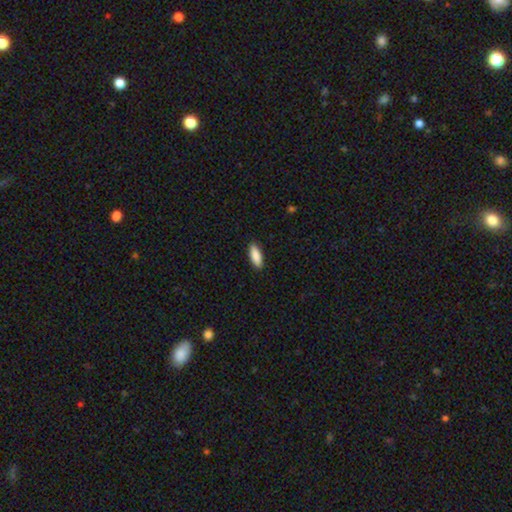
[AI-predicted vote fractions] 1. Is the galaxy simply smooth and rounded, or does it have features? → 89% smooth, 6% star or artifact, 6% featured or disk.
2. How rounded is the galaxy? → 70% in between, 29% cigar-shaped, 2% round.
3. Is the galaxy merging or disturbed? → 89% none, 8% minor disturbance, 2% major disturbance, 1% merger.